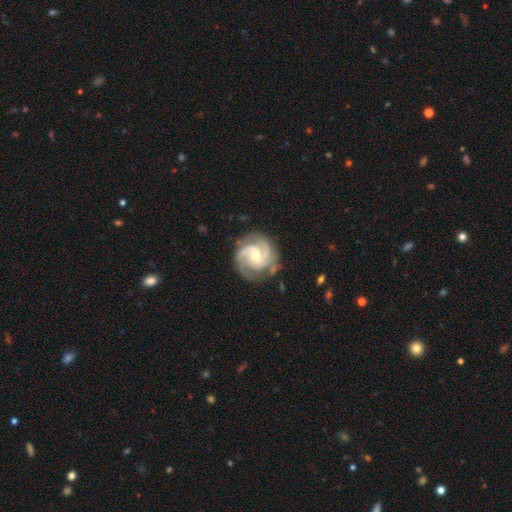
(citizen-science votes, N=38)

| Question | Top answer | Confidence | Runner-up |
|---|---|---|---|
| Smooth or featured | featured or disk | 87% | smooth (11%) |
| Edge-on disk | no | 100% | — |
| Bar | no | 67% | weak (24%) |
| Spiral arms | yes | 94% | no (6%) |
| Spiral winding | medium | 55% | tight (42%) |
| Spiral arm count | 3 | 65% | 2 (16%) |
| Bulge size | small | 61% | moderate (36%) |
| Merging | none | 78% | minor disturbance (16%) |